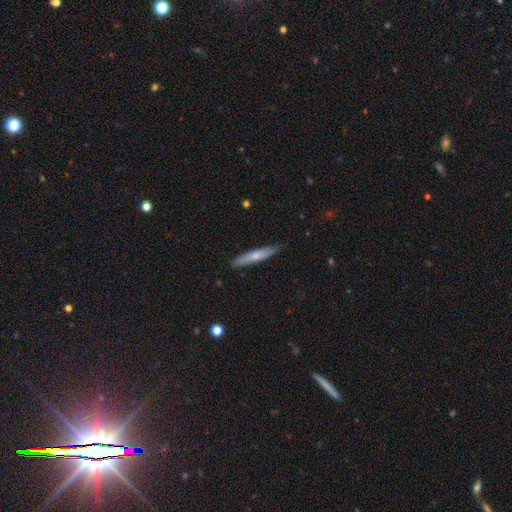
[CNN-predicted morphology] The model was most divided on "smooth or featured": smooth: 63%, featured or disk: 32%, star or artifact: 5%. More confident: how rounded — cigar-shaped (91%); merging — none (85%).